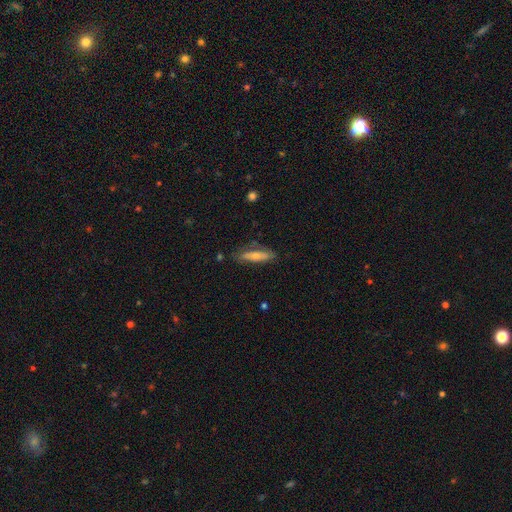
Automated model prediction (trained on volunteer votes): smooth 55%, featured or disk 38%, star or artifact 6%. Down the decision tree: how rounded — cigar-shaped (63%); merging — none (72%).